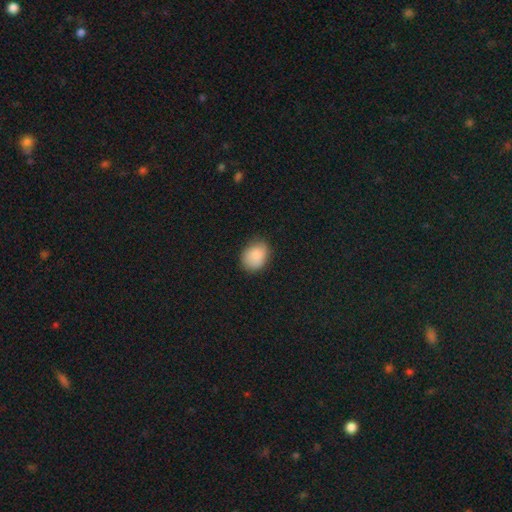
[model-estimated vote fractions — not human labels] smooth_or_featured: smooth (p=0.87) [alt: star or artifact p=0.08]
how_rounded: in between (p=0.60) [alt: round p=0.39]
merging: none (p=0.76) [alt: minor disturbance p=0.20]